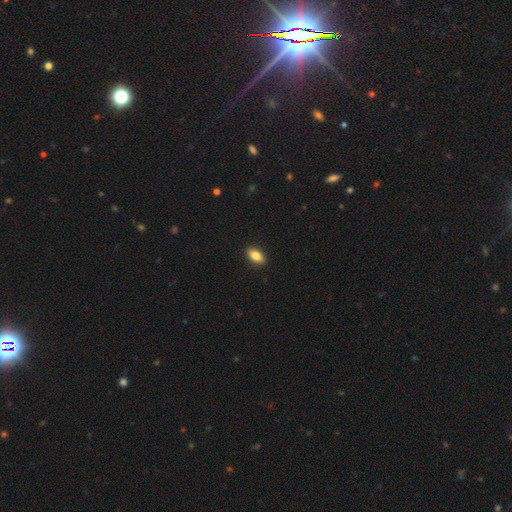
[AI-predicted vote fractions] The model was most divided on "smooth or featured": smooth: 86%, star or artifact: 7%, featured or disk: 6%. More confident: merging — none (91%); how rounded — in between (90%).